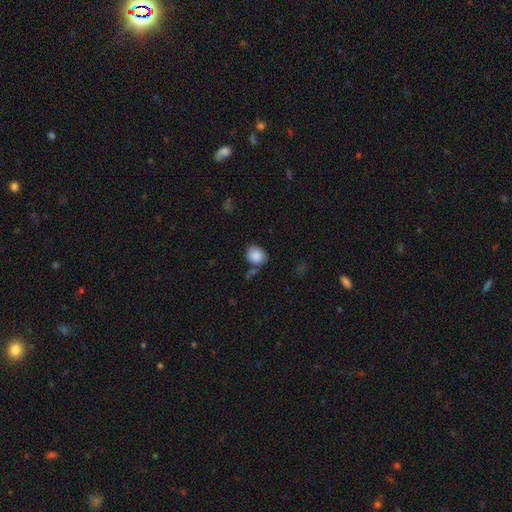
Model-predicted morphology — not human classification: Smooth or featured? Predicted: smooth (p=0.88). How rounded? Predicted: round (p=0.65). Merging? Predicted: none (p=0.69).